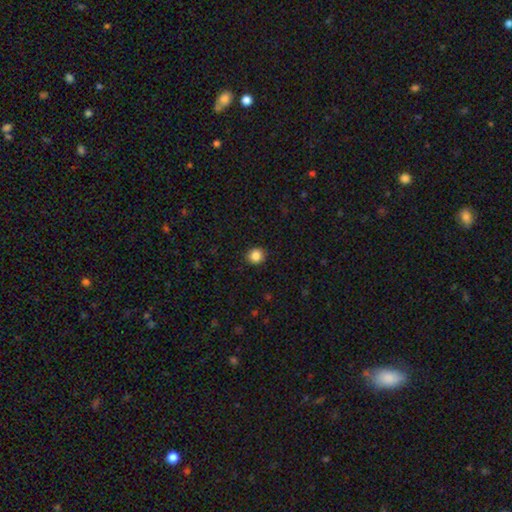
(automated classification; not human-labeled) A smooth galaxy with no disk features (86%) that is round (85%). Merging: none (91%).